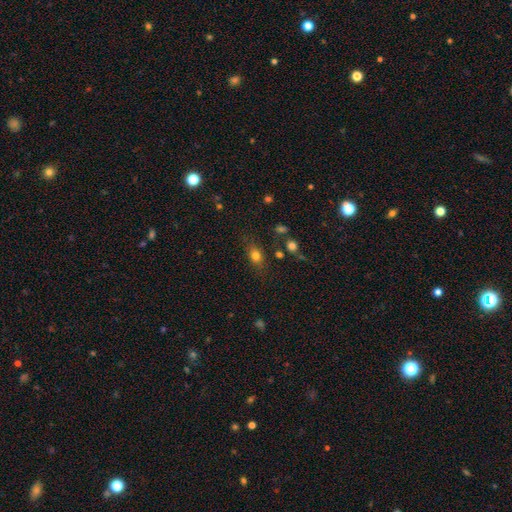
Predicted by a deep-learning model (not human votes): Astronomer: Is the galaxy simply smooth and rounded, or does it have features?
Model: smooth — 77%.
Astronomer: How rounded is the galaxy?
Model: in between — 65%.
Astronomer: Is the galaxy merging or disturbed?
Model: none — 75%.